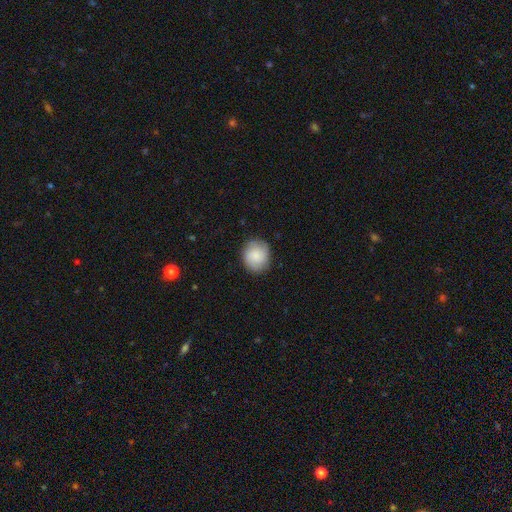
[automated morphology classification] Smooth or featured? smooth (79%)
How rounded? round (77%)
Merging? none (83%)